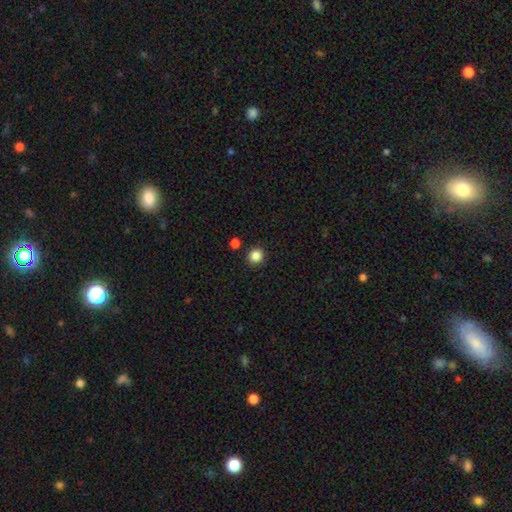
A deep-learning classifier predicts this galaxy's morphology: Smooth or featured?
  - smooth: 86% *
  - star or artifact: 11%
  - featured or disk: 3%
How rounded?
  - round: 89% *
  - in between: 10%
  - cigar-shaped: 1%
Merging?
  - none: 89% *
  - minor disturbance: 6%
  - merger: 3%
  - major disturbance: 2%